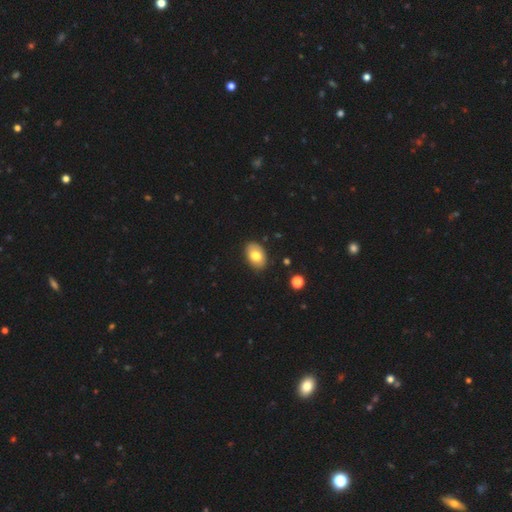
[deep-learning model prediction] Overall: smooth (76%). How rounded: in between (87%). Merging: none (84%).